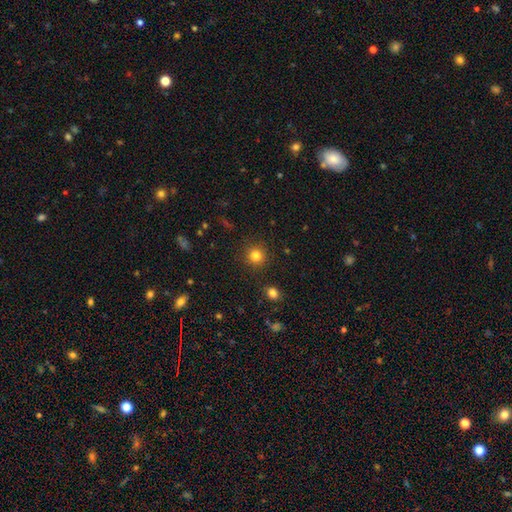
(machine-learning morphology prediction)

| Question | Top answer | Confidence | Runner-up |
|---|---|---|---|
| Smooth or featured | smooth | 82% | star or artifact (13%) |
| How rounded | round | 94% | in between (5%) |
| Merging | none | 89% | minor disturbance (6%) |